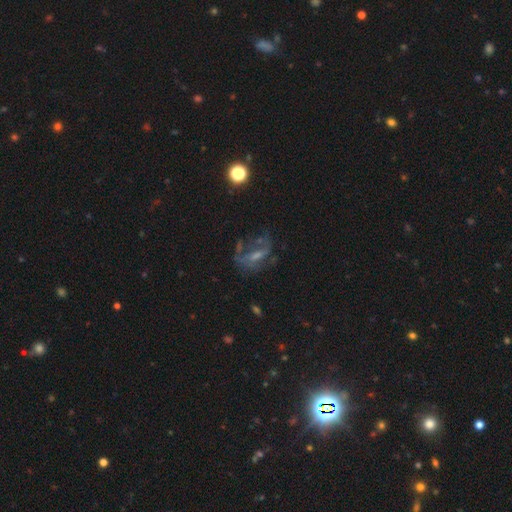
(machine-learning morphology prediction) type=featured or disk (60%); edge-on=no (92%); bar=no (44%); spiral arms=no (53%); bulge=small (40%); merging=none (41%).